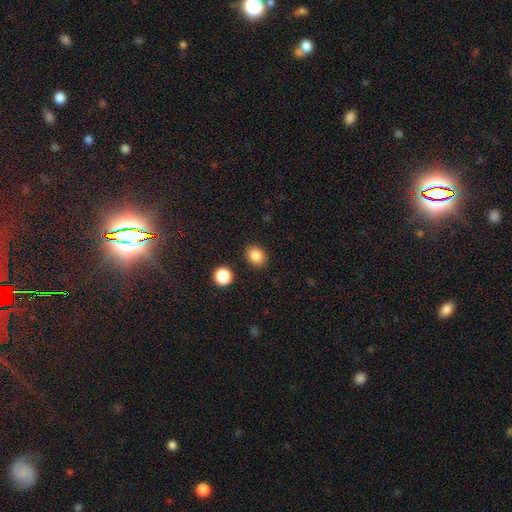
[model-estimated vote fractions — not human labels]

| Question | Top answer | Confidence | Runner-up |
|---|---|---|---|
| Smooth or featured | smooth | 86% | star or artifact (10%) |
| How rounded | round | 56% | in between (43%) |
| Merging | none | 86% | minor disturbance (8%) |